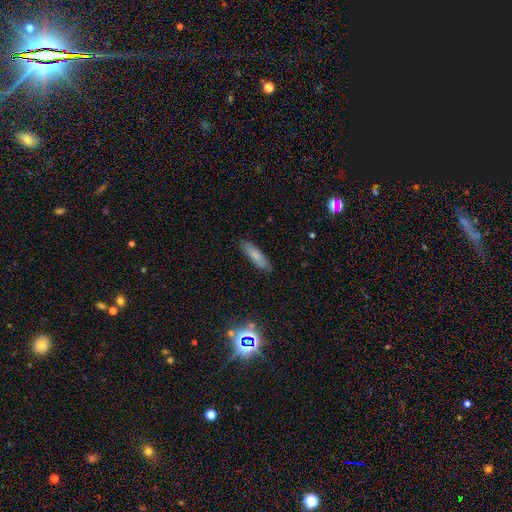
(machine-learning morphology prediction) Q: Smooth or featured?
A: smooth (75%); runner-up: featured or disk (16%)
Q: How rounded?
A: cigar-shaped (67%); runner-up: in between (31%)
Q: Merging?
A: none (84%); runner-up: minor disturbance (13%)